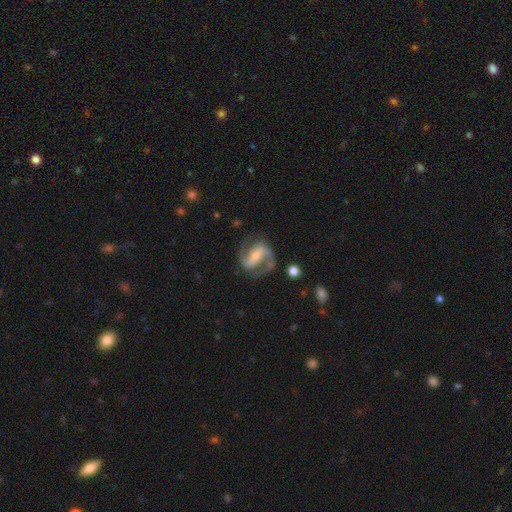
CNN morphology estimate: A featured or disk galaxy (90%) with a strong bar (48%), 2 (93%) medium (59%) spiral arms (98%) and a small central bulge (56%).

Vote fractions:
- Smooth or featured? featured or disk: 90% / smooth: 5% / star or artifact: 5%
- Edge-on disk? no: 98% / yes: 2%
- Bar? strong: 48% / weak: 32% / no: 20%
- Spiral arms? yes: 98% / no: 2%
- Spiral winding? medium: 59% / loose: 21% / tight: 20%
- Spiral arm count? 2: 93% / can't tell: 2% / 1: 2% / 3: 2% / 4: 1% / more than 4: 1%
- Bulge size? small: 56% / moderate: 36% / none: 4% / large: 3% / dominant: 1%
- Merging? none: 77% / minor disturbance: 14% / major disturbance: 7% / merger: 2%